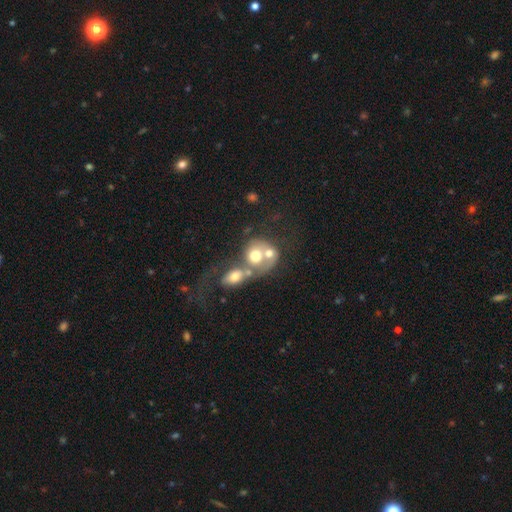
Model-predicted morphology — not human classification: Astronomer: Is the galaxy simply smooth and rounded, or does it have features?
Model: smooth — 54% (runner-up: featured or disk, 37%).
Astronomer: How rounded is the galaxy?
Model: round — 65%.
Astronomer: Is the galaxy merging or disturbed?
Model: merger — 69%.